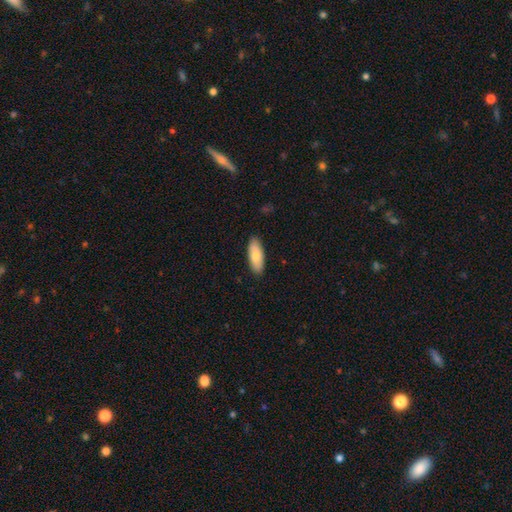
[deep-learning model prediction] A smooth galaxy with no disk features (81%) that is in between round and cigar-shaped (76%). Merging: none (89%).